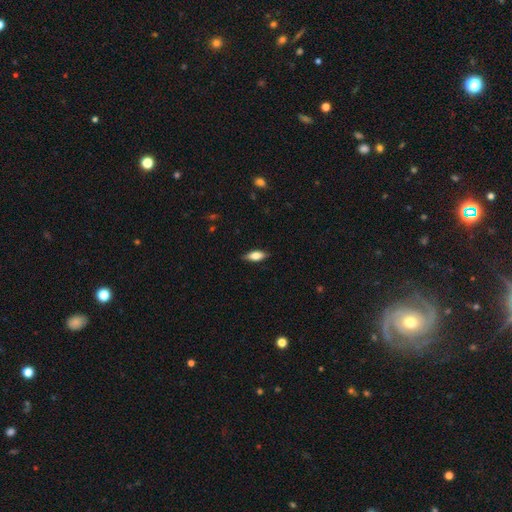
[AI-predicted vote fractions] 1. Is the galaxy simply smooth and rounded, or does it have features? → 73% smooth, 20% featured or disk, 7% star or artifact.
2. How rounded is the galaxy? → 78% in between, 19% cigar-shaped, 3% round.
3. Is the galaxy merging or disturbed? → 86% none, 11% minor disturbance, 2% major disturbance, 1% merger.